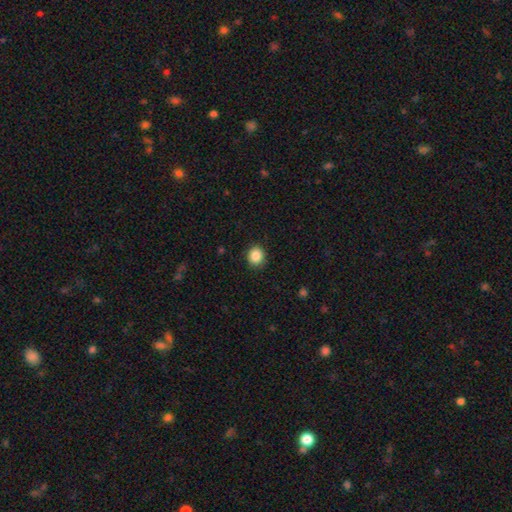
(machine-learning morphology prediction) Smooth or featured? smooth (87%)
How rounded? round (81%)
Merging? none (89%)